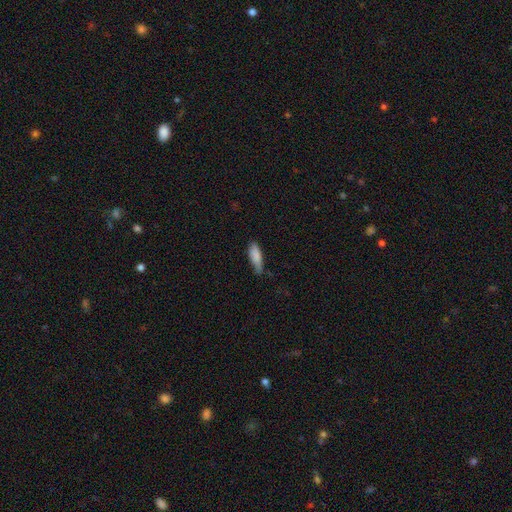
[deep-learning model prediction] A smooth galaxy with no disk features (85%) that is in between round and cigar-shaped (54%). Merging: none (55%).